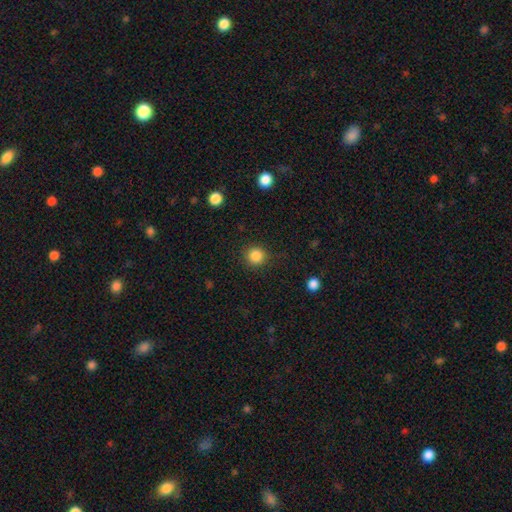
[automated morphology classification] A smooth galaxy with no disk features (86%) that is round (93%). Merging: none (87%).